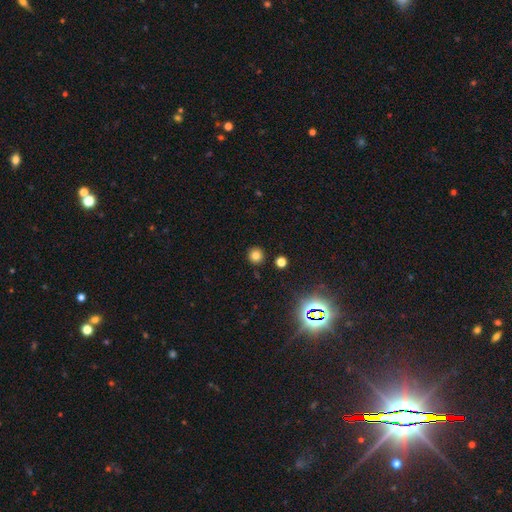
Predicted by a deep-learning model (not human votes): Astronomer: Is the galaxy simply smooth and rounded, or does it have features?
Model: smooth — 78%.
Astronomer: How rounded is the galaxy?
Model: round — 93%.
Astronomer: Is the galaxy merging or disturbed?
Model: none — 90%.